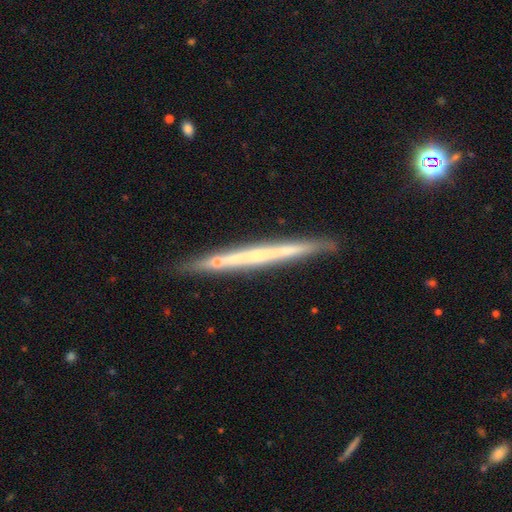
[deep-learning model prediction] featured or disk 62%, smooth 32%, star or artifact 6%. Down the decision tree: edge-on disk — yes (97%); edge-on bulge — none (88%); merging — none (85%).